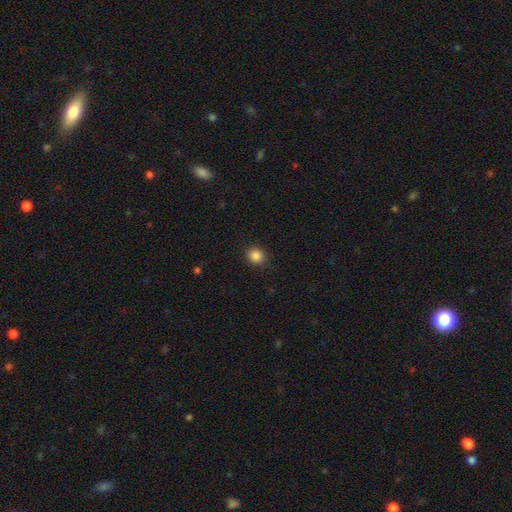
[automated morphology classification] Q: Smooth or featured?
A: smooth (86%); runner-up: star or artifact (11%)
Q: How rounded?
A: round (83%); runner-up: in between (16%)
Q: Merging?
A: none (90%); runner-up: minor disturbance (7%)